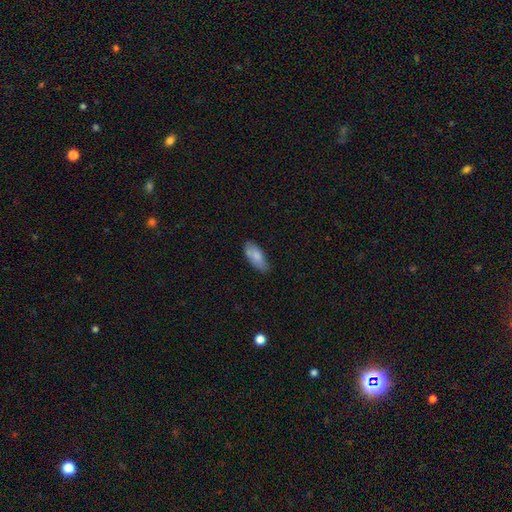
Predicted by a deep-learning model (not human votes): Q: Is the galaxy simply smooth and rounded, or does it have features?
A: smooth — 81%.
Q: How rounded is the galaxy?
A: in between — 83%.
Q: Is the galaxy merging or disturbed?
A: none — 73%.